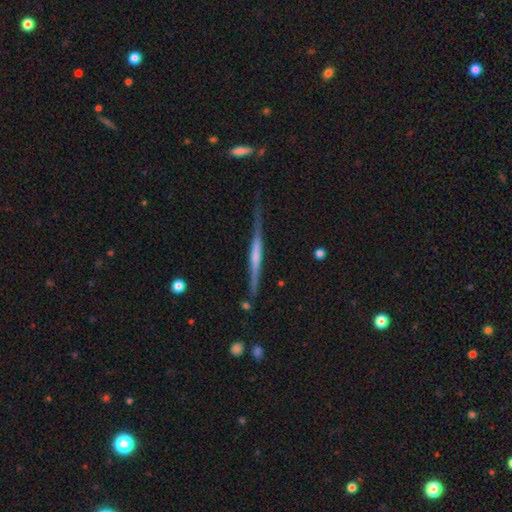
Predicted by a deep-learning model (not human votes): This appears to be a featured or disk galaxy (68%) viewed edge-on (97%) with no central bulge (46%). Merging: none (76%).